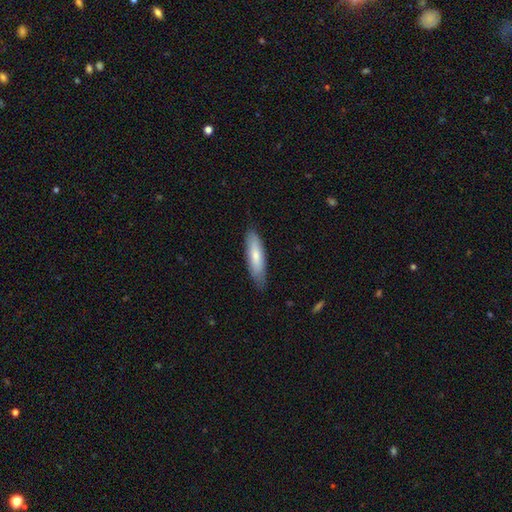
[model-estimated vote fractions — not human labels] Morphology: type=smooth (73%); roundness=cigar-shaped (62%); merging=none (79%).